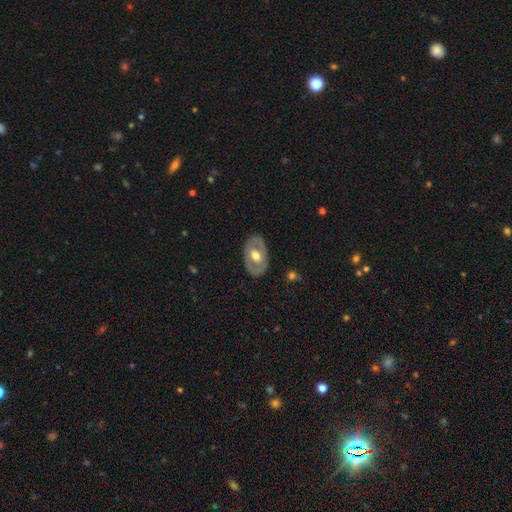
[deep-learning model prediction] The model was most divided on "smooth or featured": featured or disk: 57%, smooth: 38%, star or artifact: 5%. More confident: edge-on disk — no (90%); merging — none (82%); spiral arms — no (76%); bulge size — moderate (66%); bar — no (65%).